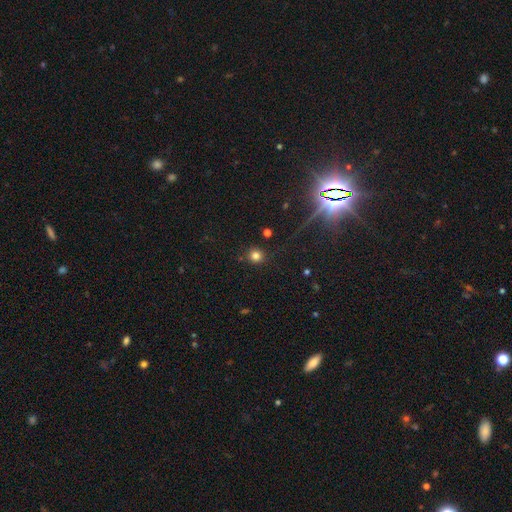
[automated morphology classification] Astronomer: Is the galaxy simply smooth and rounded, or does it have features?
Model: smooth — 79%.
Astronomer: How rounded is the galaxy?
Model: round — 93%.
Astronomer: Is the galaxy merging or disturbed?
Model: none — 88%.